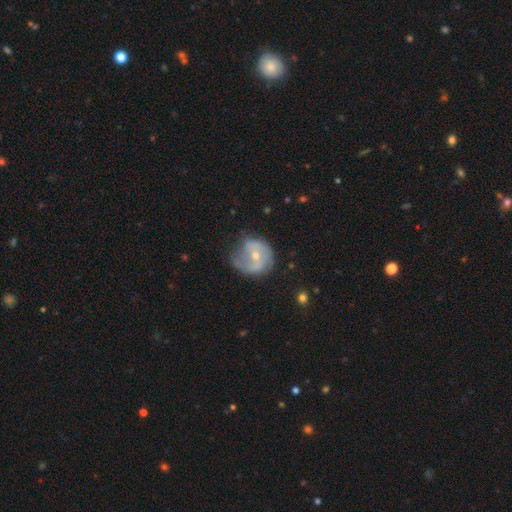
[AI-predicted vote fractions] A featured or disk galaxy (67%) with no bar (51%), 2 (58%) medium (41%) spiral arms (78%) and a small central bulge (55%).

Vote fractions:
- Smooth or featured? featured or disk: 67% / smooth: 26% / star or artifact: 8%
- Edge-on disk? no: 97% / yes: 3%
- Bar? no: 51% / weak: 37% / strong: 12%
- Spiral arms? yes: 78% / no: 22%
- Spiral winding? medium: 41% / loose: 32% / tight: 26%
- Spiral arm count? 2: 58% / can't tell: 18% / 1: 16% / 3: 5% / 4: 2% / more than 4: 1%
- Bulge size? small: 55% / moderate: 41% / none: 1% / large: 1% / dominant: 1%
- Merging? none: 49% / minor disturbance: 30% / major disturbance: 18% / merger: 3%